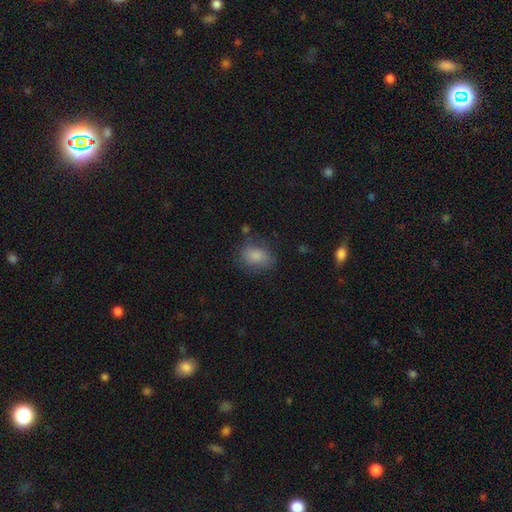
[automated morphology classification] This is clearly a smooth galaxy (81%). How rounded: possibly in between (59%). Merging: likely none (69%).